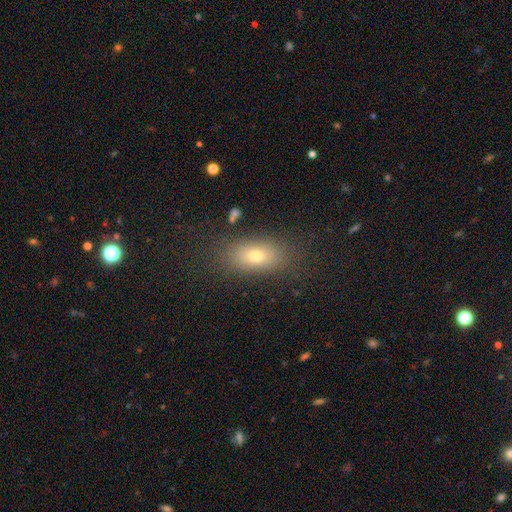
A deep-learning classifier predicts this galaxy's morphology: A smooth galaxy with no disk features (73%) that is in between round and cigar-shaped (83%). Merging: none (81%).